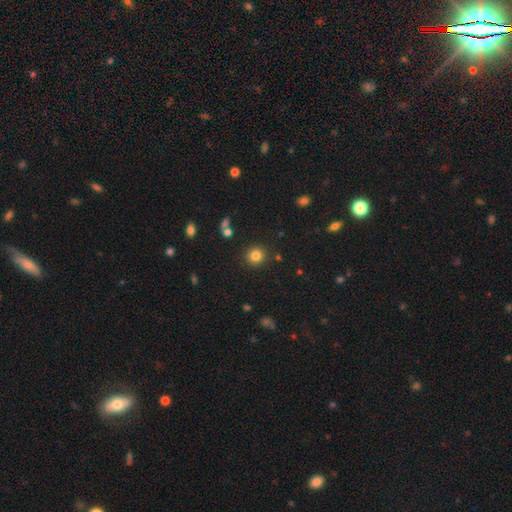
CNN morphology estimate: The model was most divided on "smooth or featured": smooth: 82%, star or artifact: 12%, featured or disk: 6%. More confident: how rounded — round (91%); merging — none (88%).